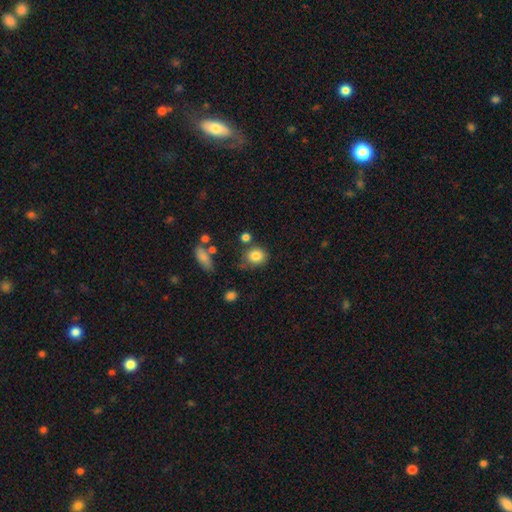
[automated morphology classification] Smooth or featured? Predicted: smooth (p=0.83). How rounded? Predicted: round (p=0.75). Merging? Predicted: none (p=0.70).